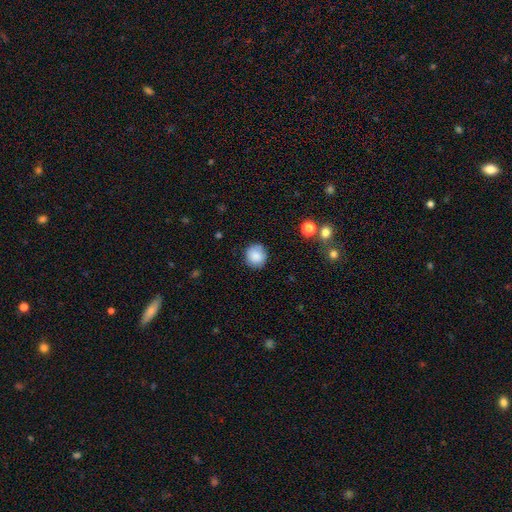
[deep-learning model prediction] This appears to be a smooth galaxy with no disk features (86%) that is round (90%). Merging: none (85%).